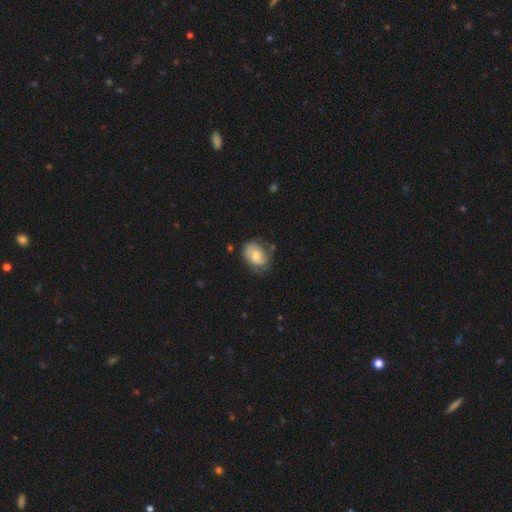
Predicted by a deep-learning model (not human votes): Overall: featured or disk (51%; smooth 42%). Edge-on disk: no (97%). Merging: none (58%; minor disturbance 27%).